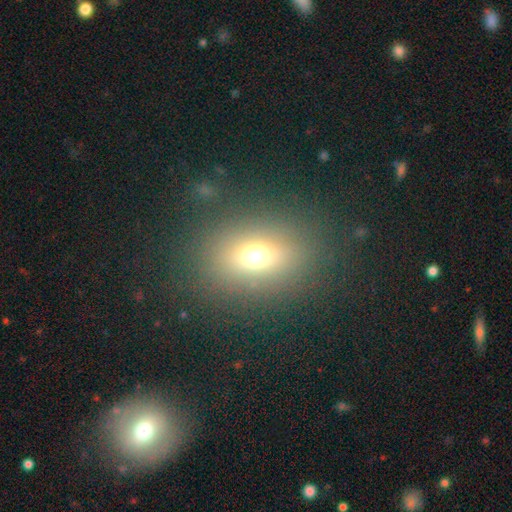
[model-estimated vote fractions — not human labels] Overall: smooth (66%). How rounded: in between (55%; round 43%). Merging: none (82%).